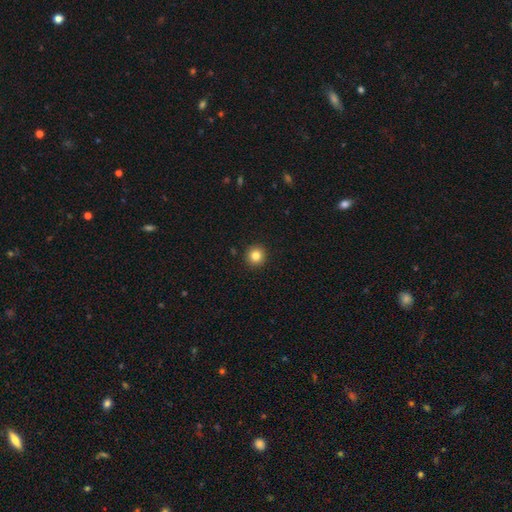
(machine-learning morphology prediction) This appears to be a smooth galaxy with no disk features (83%) that is round (95%). Merging: none (93%).